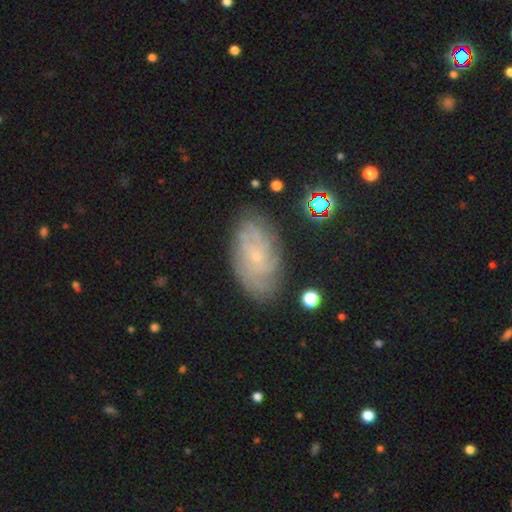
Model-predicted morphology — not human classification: A featured or disk galaxy (71%) with no bar (74%), tight (64%) spiral arms (91%) and a small central bulge (82%). Merging: none (77%).